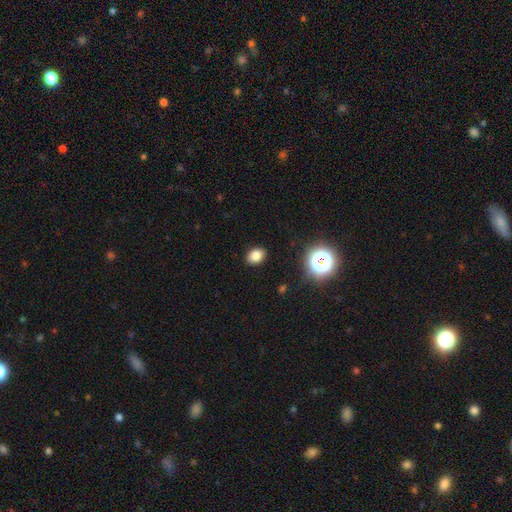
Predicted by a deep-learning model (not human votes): This is clearly a smooth galaxy (81%). How rounded: likely in between (67%). Merging: clearly none (89%).